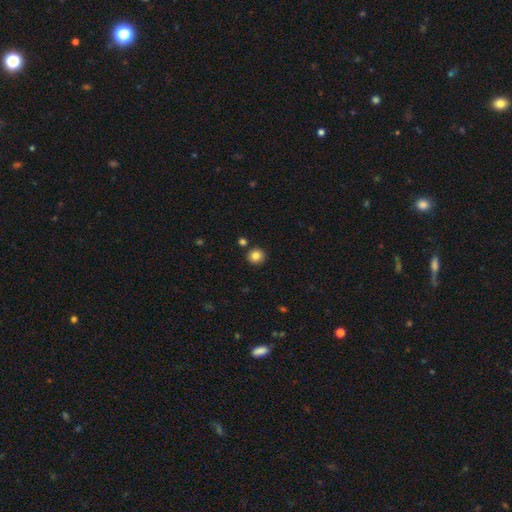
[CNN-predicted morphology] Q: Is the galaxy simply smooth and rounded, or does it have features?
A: smooth — 84%.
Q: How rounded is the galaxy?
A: round — 92%.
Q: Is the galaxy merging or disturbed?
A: none — 89%.